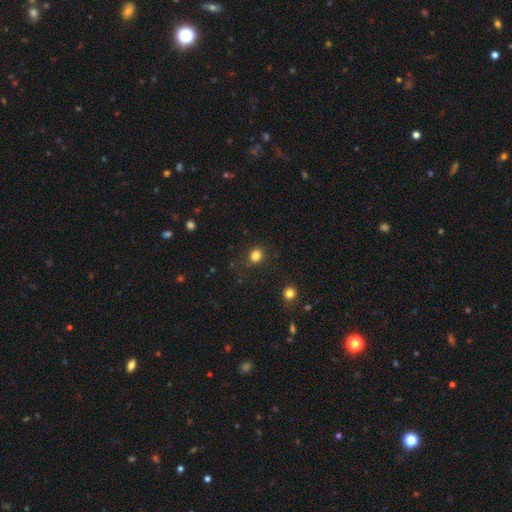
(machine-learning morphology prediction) The model was most divided on "how rounded": round: 74%, in between: 26%, cigar-shaped: 1%. More confident: merging — none (83%); smooth or featured — smooth (83%).